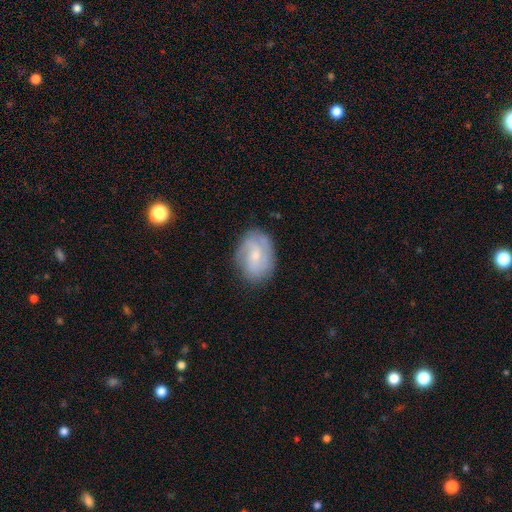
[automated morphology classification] Q: Smooth or featured?
A: featured or disk (57%); runner-up: smooth (35%)
Q: Edge-on disk?
A: no (96%); runner-up: yes (4%)
Q: Bar?
A: no (55%); runner-up: weak (39%)
Q: Spiral arms?
A: yes (82%); runner-up: no (18%)
Q: Bulge size?
A: small (54%); runner-up: moderate (36%)
Q: Merging?
A: none (73%); runner-up: minor disturbance (19%)